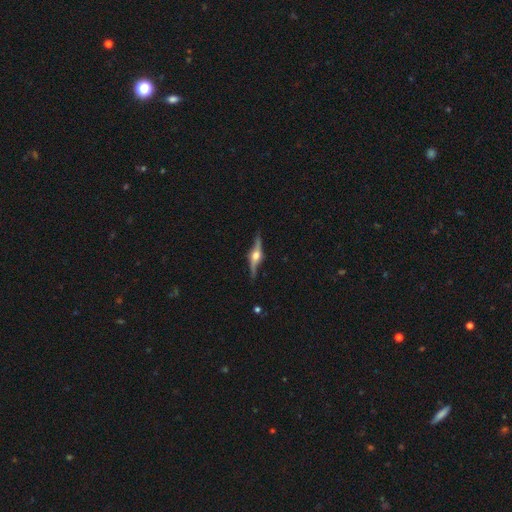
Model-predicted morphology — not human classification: A featured or disk galaxy (84%) viewed edge-on (95%) with a rounded central bulge (94%).

Vote fractions:
- Smooth or featured? featured or disk: 84% / smooth: 11% / star or artifact: 5%
- Edge-on disk? yes: 95% / no: 5%
- Edge-on bulge? rounded: 94% / boxy: 5% / none: 1%
- Merging? none: 84% / minor disturbance: 12% / major disturbance: 3% / merger: 1%